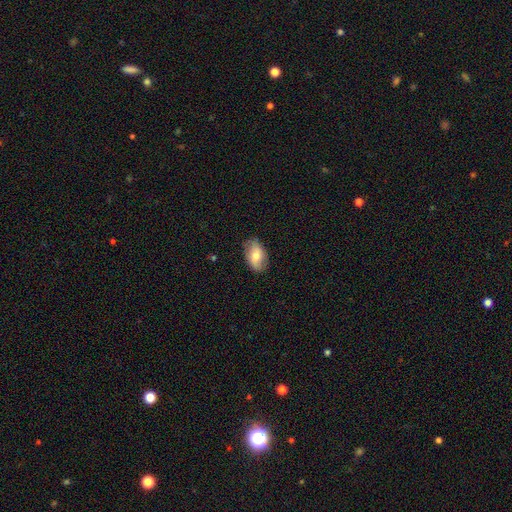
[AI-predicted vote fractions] smooth-or-featured: smooth: 65% | featured or disk: 28% | star or artifact: 7%
  how-rounded: in between: 90% | round: 8% | cigar-shaped: 2%
  merging: none: 79% | minor disturbance: 17% | major disturbance: 4% | merger: 1%